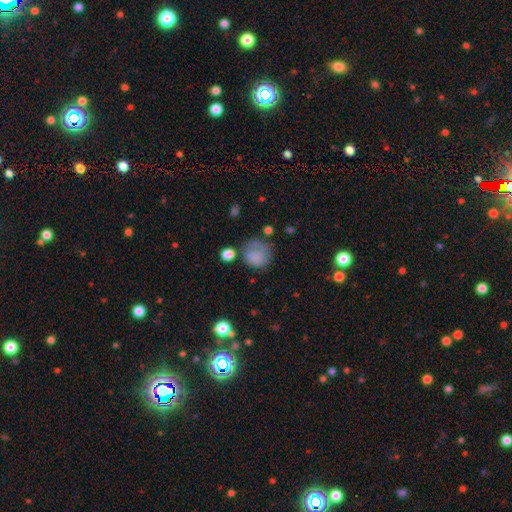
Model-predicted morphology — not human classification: smooth-or-featured: smooth: 76% | featured or disk: 13% | star or artifact: 11%
  how-rounded: round: 78% | in between: 21% | cigar-shaped: 1%
  merging: none: 48% | minor disturbance: 26% | major disturbance: 20% | merger: 7%